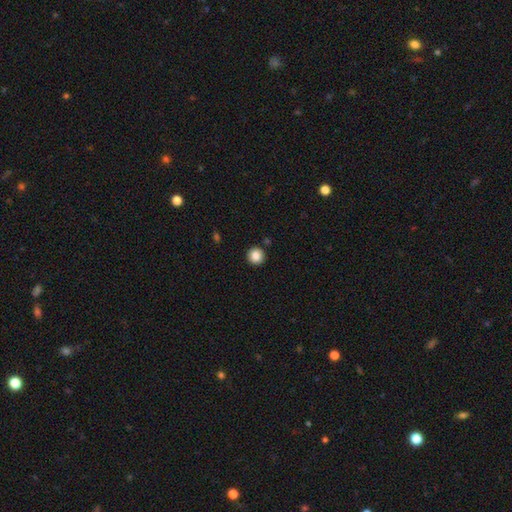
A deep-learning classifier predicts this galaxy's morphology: type=smooth (86%); roundness=round (94%); merging=none (90%).